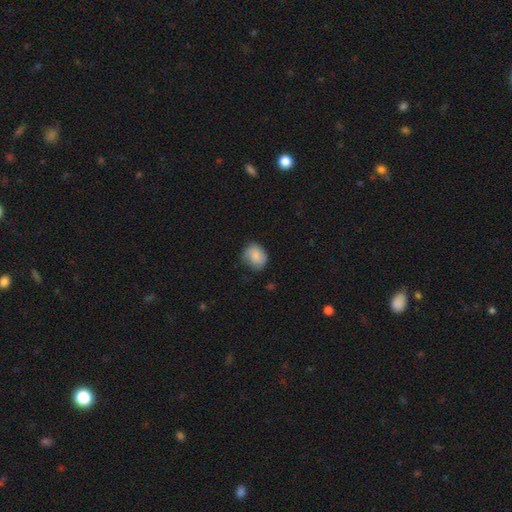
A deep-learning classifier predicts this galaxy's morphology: smooth_or_featured: smooth (p=0.83) [alt: featured or disk p=0.10]
how_rounded: round (p=0.63) [alt: in between p=0.37]
merging: none (p=0.65) [alt: minor disturbance p=0.27]